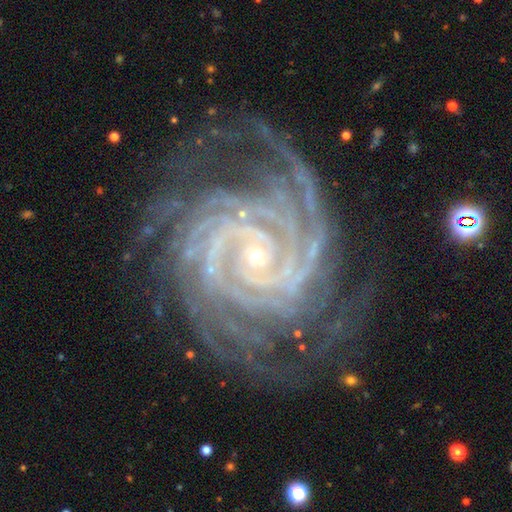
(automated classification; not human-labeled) Smooth or featured?
  - featured or disk: 93% *
  - star or artifact: 5%
  - smooth: 2%
Edge-on disk?
  - no: 98% *
  - yes: 2%
Bar?
  - no: 59% *
  - weak: 24%
  - strong: 17%
Spiral arms?
  - yes: 99% *
  - no: 1%
Spiral winding?
  - tight: 83% *
  - medium: 15%
  - loose: 2%
Spiral arm count?
  - 4: 24% * (tied)
  - more than 4: 24% * (tied)
  - 3: 15%
  - 2: 15%
  - can't tell: 13%
  - 1: 9%
Bulge size?
  - small: 84% *
  - moderate: 13%
  - none: 1%
  - large: 1%
  - dominant: 1%
Merging?
  - none: 73% *
  - minor disturbance: 17%
  - major disturbance: 8%
  - merger: 2%